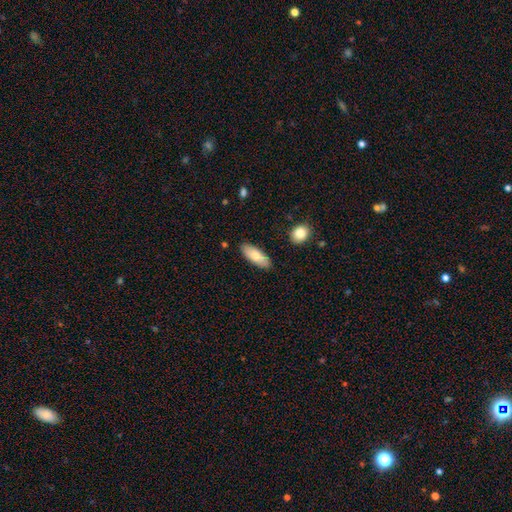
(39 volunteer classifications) This is likely a smooth galaxy (79%). How rounded: clearly in between (84%). Merging: clearly none (91%).